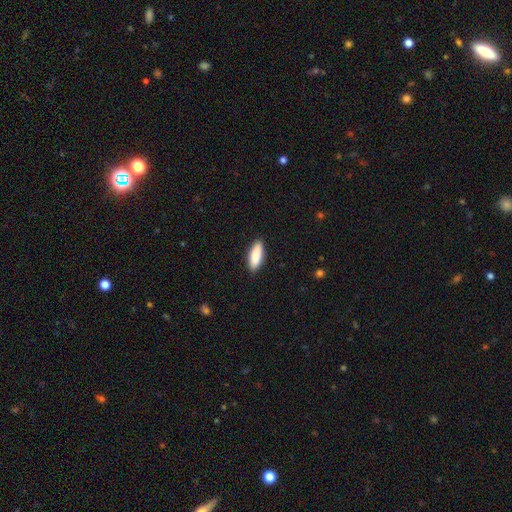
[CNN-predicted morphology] The model was most divided on "how rounded": in between: 65%, cigar-shaped: 33%, round: 2%. More confident: merging — none (90%); smooth or featured — smooth (87%).